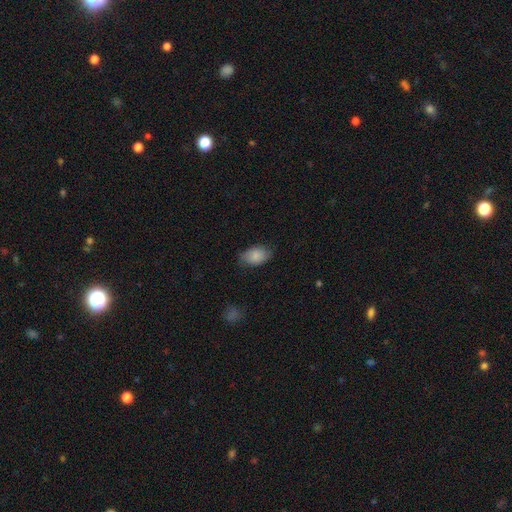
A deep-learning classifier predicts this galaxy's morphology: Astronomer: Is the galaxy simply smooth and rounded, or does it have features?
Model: smooth — 86%.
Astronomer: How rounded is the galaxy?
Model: in between — 88%.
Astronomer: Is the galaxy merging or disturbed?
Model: none — 76%.